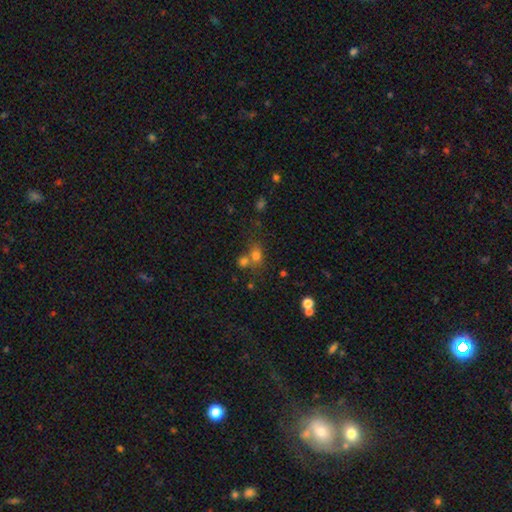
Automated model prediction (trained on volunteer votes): The model was most divided on "merging": none: 47%, merger: 38%, minor disturbance: 10%, major disturbance: 5%. More confident: smooth or featured — smooth (71%); how rounded — round (57%).